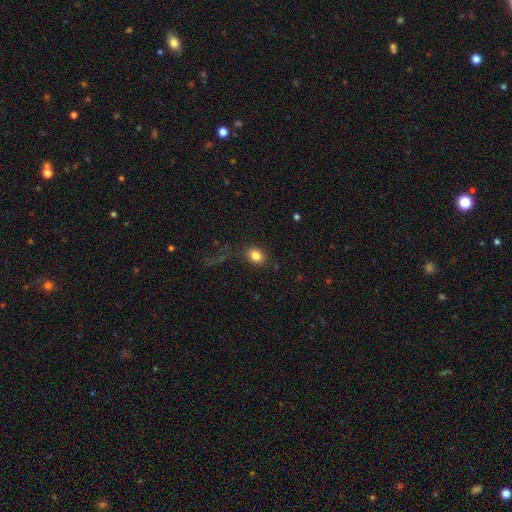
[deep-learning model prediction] Smooth or featured? Predicted: smooth (p=0.83). How rounded? Predicted: in between (p=0.55). Merging? Predicted: none (p=0.82).